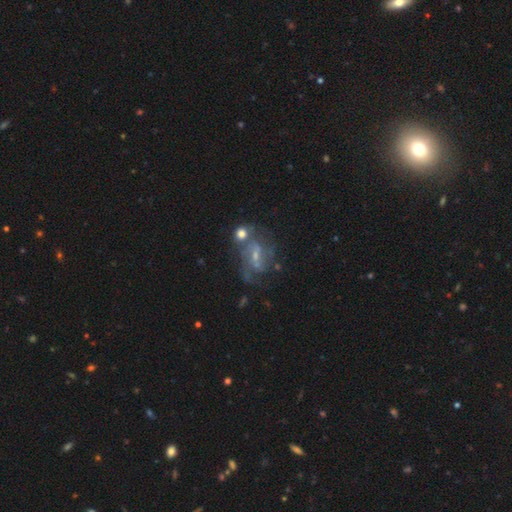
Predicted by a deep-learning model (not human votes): The model was most divided on "spiral arm count": 2: 41%, can't tell: 30%, 3: 15%, 1: 6%, 4: 5%, more than 4: 4%. Remaining: edge-on disk — no (96%); spiral arms — yes (83%); smooth or featured — featured or disk (75%); bulge size — small (60%); bar — weak (48%); spiral winding — medium (47%); merging — none (41%).